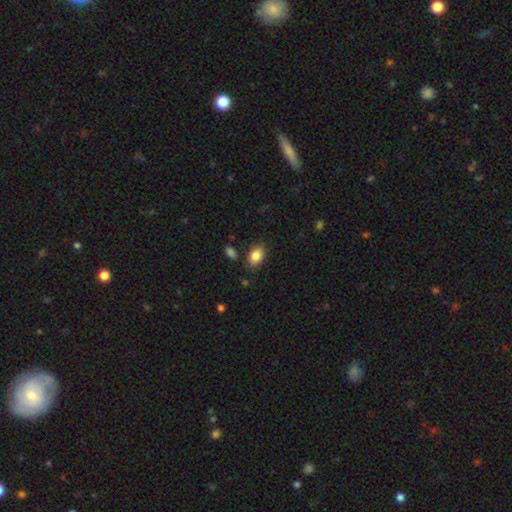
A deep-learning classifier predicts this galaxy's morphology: This is clearly a smooth galaxy (86%). How rounded: clearly in between (83%). Merging: clearly none (81%).